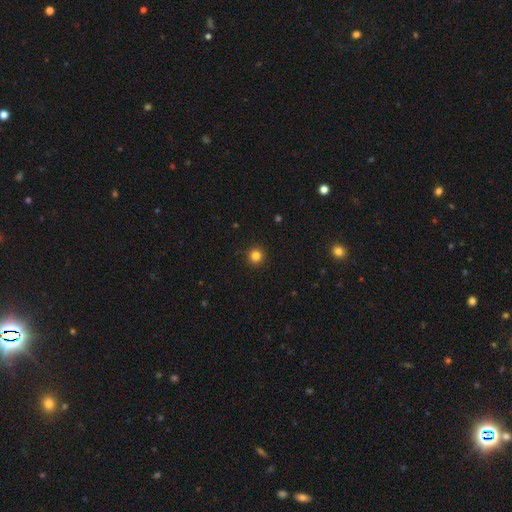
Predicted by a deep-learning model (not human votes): Smooth or featured: smooth — 83% (star or artifact — 13%)
How rounded: round — 95% (in between — 4%)
Merging: none — 93% (minor disturbance — 4%)